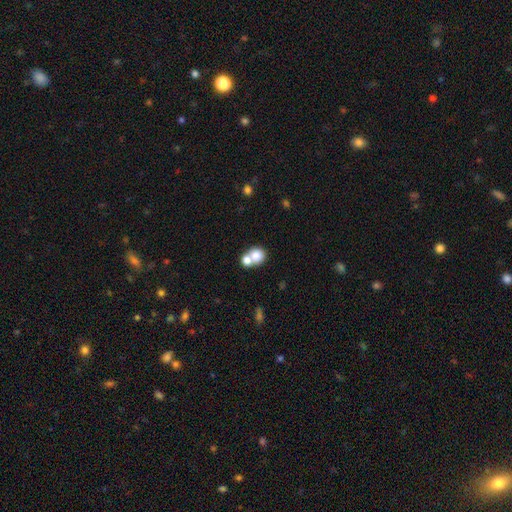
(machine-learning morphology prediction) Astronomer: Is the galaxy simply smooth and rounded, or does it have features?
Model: smooth — 78%.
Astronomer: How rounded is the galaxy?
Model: round — 75%.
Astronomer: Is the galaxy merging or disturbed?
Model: merger — 54% (runner-up: none, 36%).